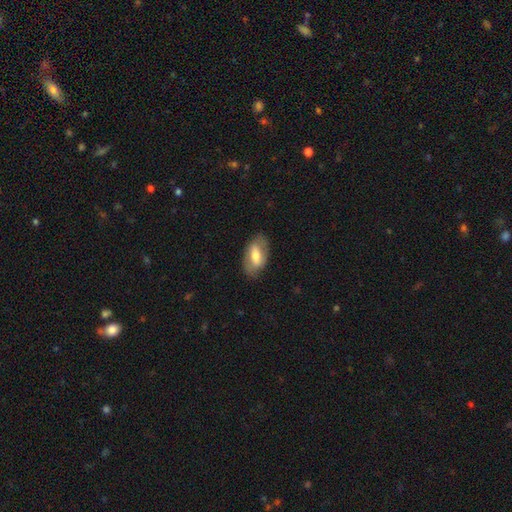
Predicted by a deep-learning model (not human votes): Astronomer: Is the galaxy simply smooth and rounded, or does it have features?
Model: smooth — 52% (runner-up: featured or disk, 42%).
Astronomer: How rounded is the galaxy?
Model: in between — 91%.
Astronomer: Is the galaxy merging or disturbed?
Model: none — 79%.